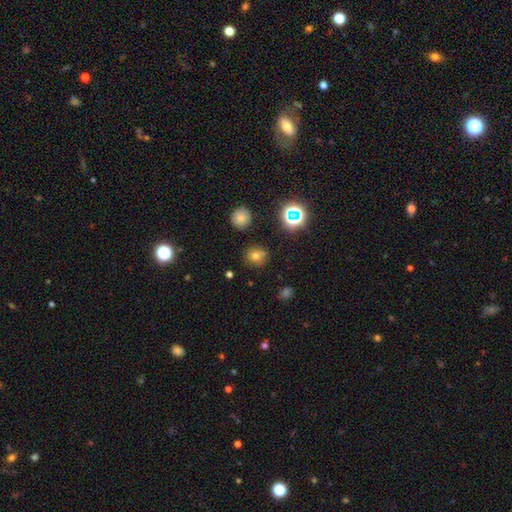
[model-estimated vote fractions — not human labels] Q: Smooth or featured?
A: smooth (64%); runner-up: star or artifact (26%)
Q: How rounded?
A: round (82%); runner-up: in between (17%)
Q: Merging?
A: none (75%); runner-up: minor disturbance (13%)